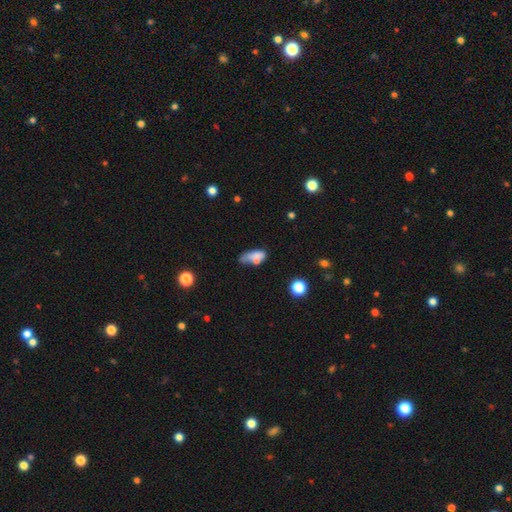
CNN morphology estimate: A smooth galaxy with no disk features (67%) that is in between round and cigar-shaped (76%). Merging: none (30%).